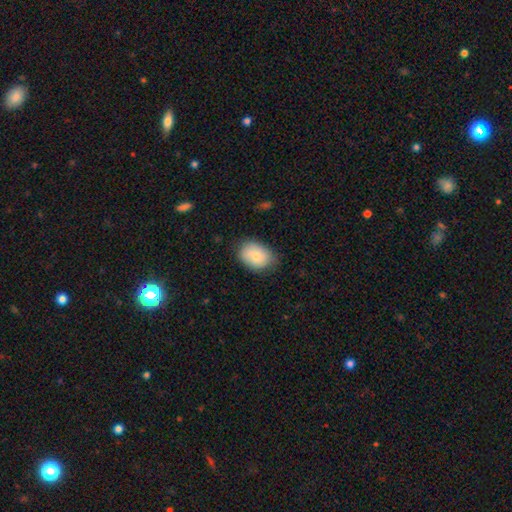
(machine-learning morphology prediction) A smooth galaxy with no disk features (80%) that is in between round and cigar-shaped (76%). Merging: none (76%).